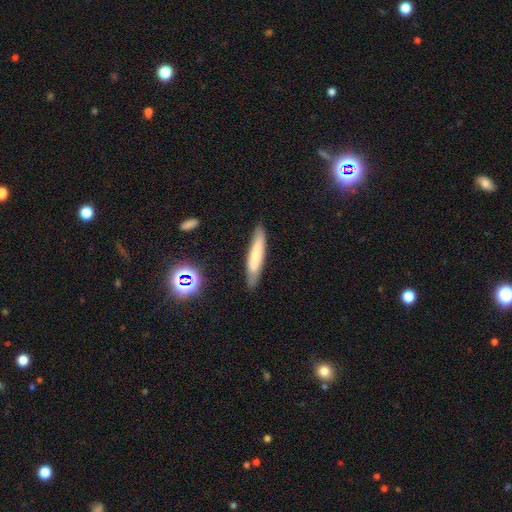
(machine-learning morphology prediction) type=smooth (61%); roundness=cigar-shaped (87%); merging=none (83%).